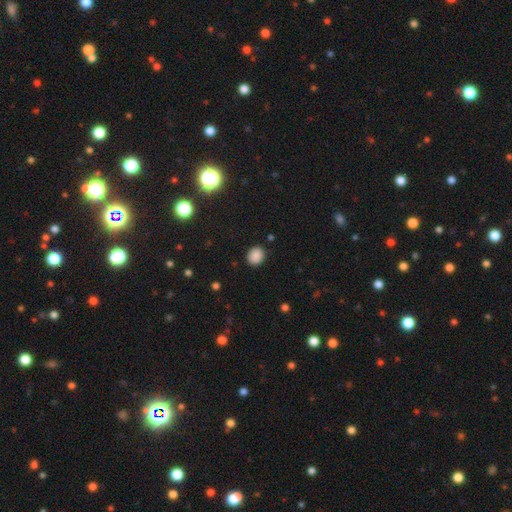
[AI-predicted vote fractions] Overall: smooth (87%). How rounded: round (67%; in between 32%). Merging: none (88%).